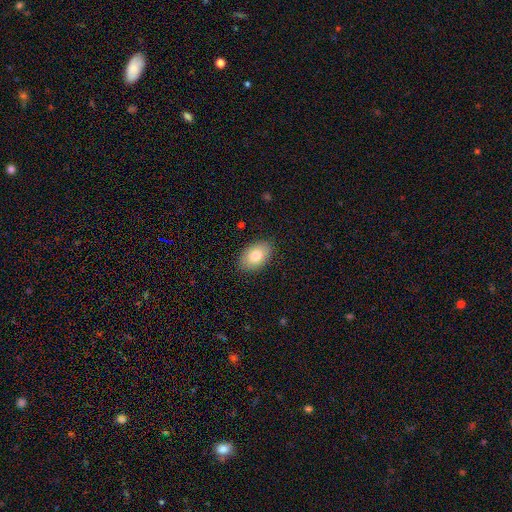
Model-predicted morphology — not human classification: The model was most divided on "smooth or featured": smooth: 81%, featured or disk: 12%, star or artifact: 7%. More confident: how rounded — in between (90%); merging — none (87%).